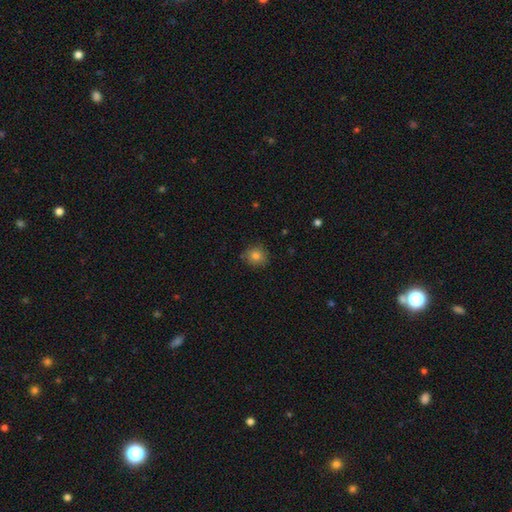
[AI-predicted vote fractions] smooth 82%, star or artifact 11%, featured or disk 7%. Down the decision tree: how rounded — round (86%); merging — none (83%).